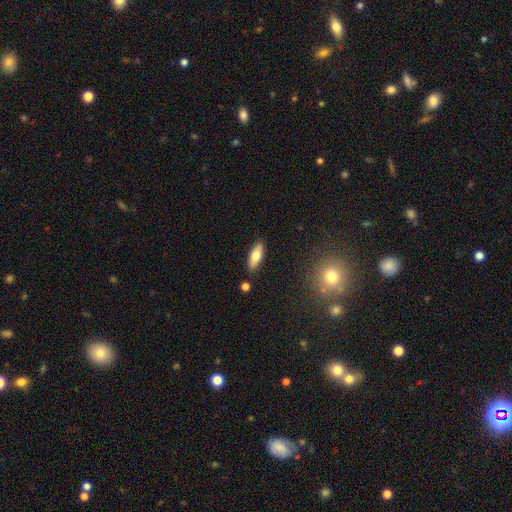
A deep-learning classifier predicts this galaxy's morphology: Q: Smooth or featured?
A: smooth (69%); runner-up: featured or disk (24%)
Q: How rounded?
A: in between (64%); runner-up: cigar-shaped (34%)
Q: Merging?
A: none (87%); runner-up: minor disturbance (9%)